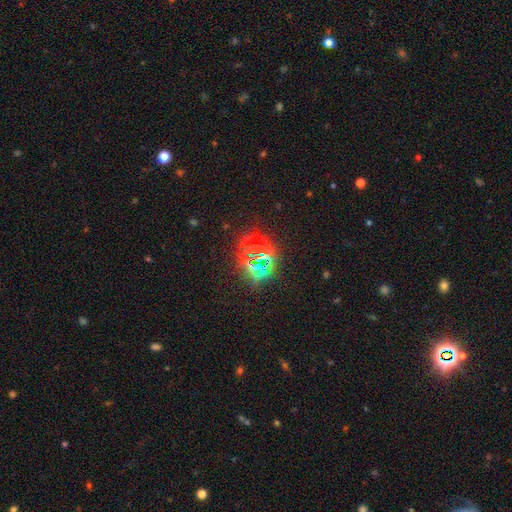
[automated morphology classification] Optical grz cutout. It shows a star or artifact, not a galaxy (74%).